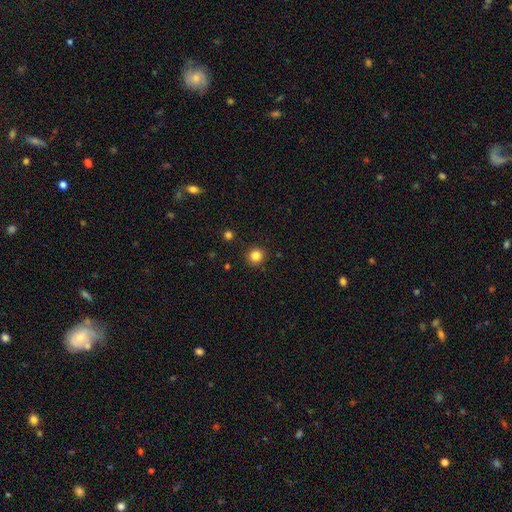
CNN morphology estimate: Q: Smooth or featured?
A: smooth (84%); runner-up: star or artifact (12%)
Q: How rounded?
A: round (89%); runner-up: in between (10%)
Q: Merging?
A: none (91%); runner-up: minor disturbance (6%)